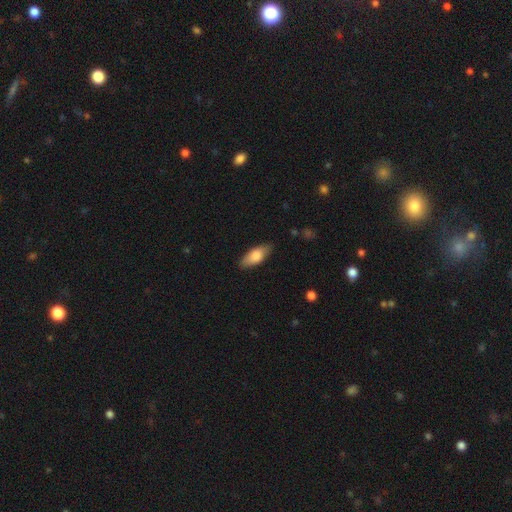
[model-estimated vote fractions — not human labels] This is likely a smooth galaxy (77%). How rounded: likely in between (80%). Merging: clearly none (84%).